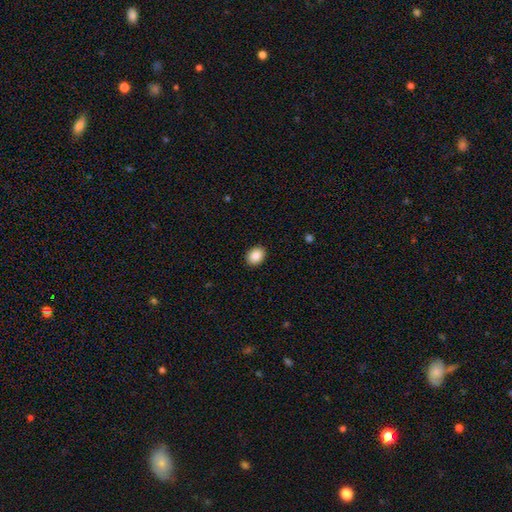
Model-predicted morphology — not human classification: smooth 89%, star or artifact 8%, featured or disk 3%. Down the decision tree: how rounded — in between (57%); merging — none (91%).